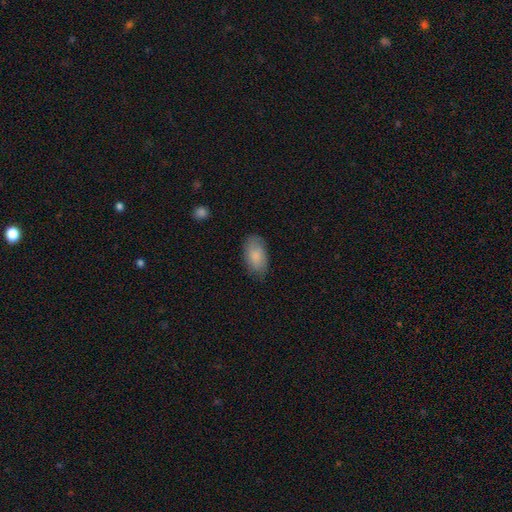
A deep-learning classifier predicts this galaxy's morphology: This is clearly a smooth galaxy (84%). How rounded: clearly in between (94%). Merging: likely none (80%).